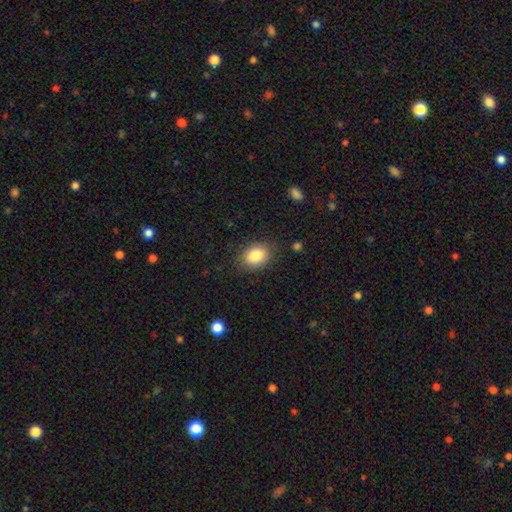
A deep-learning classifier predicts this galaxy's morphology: This is clearly a smooth galaxy (84%). How rounded: likely in between (77%). Merging: clearly none (83%).